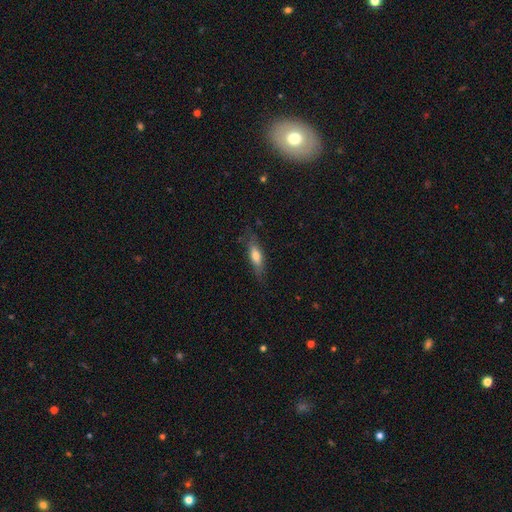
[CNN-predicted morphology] smooth_or_featured: smooth (p=0.62) [alt: featured or disk p=0.32]
how_rounded: cigar-shaped (p=0.56) [alt: in between p=0.42]
merging: none (p=0.73) [alt: minor disturbance p=0.20]